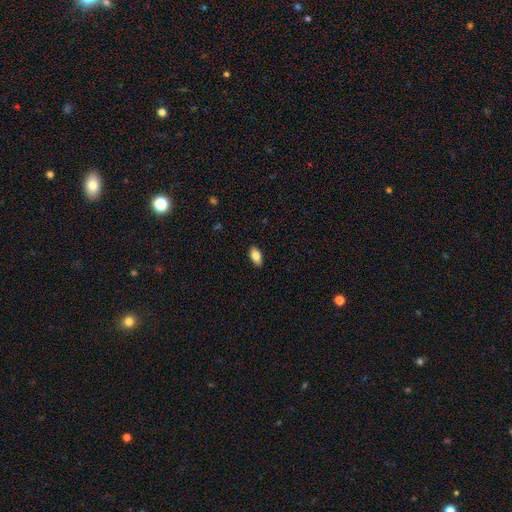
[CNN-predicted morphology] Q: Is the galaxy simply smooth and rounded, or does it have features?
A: smooth — 83%.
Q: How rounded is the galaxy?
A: in between — 92%.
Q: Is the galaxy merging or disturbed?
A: none — 89%.